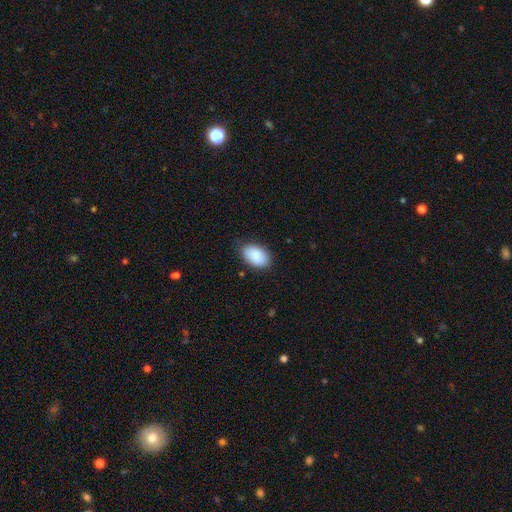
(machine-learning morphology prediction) A smooth galaxy with no disk features (89%) that is in between round and cigar-shaped (93%).

Vote fractions:
- Smooth or featured? smooth: 89% / star or artifact: 6% / featured or disk: 5%
- How rounded? in between: 93% / round: 6% / cigar-shaped: 1%
- Merging? none: 79% / minor disturbance: 16% / major disturbance: 3% / merger: 1%